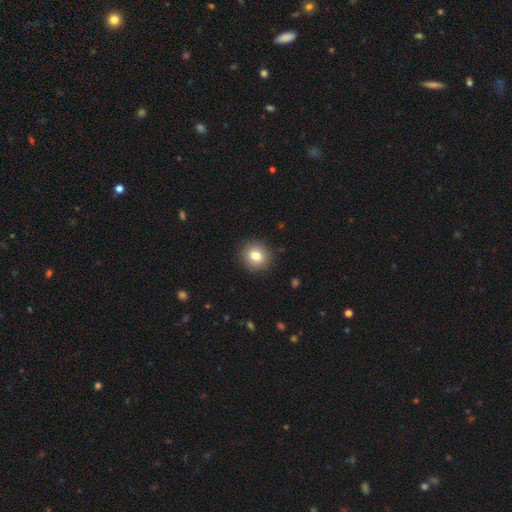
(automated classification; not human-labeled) Smooth or featured? Predicted: smooth (p=0.80). How rounded? Predicted: round (p=0.86). Merging? Predicted: none (p=0.90).